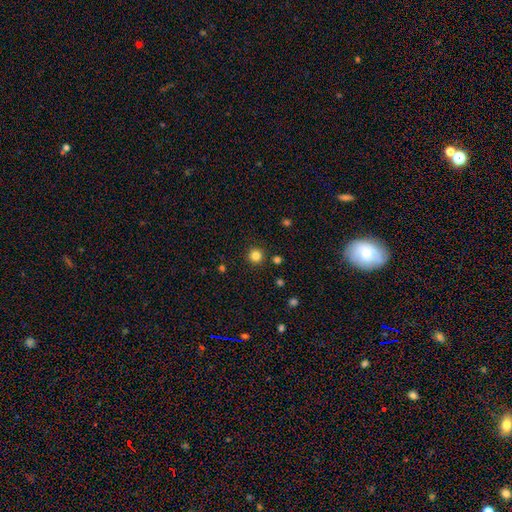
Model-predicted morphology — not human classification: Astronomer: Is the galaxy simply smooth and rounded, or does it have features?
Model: smooth — 83%.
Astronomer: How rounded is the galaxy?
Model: round — 96%.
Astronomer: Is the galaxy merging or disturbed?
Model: none — 92%.